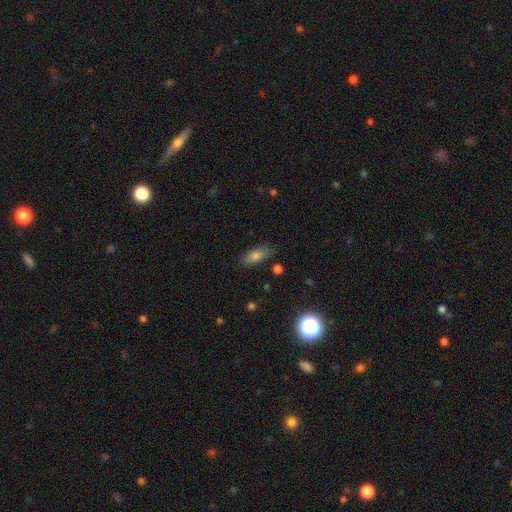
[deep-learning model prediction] Q: Smooth or featured?
A: smooth (76%); runner-up: featured or disk (14%)
Q: How rounded?
A: in between (79%); runner-up: cigar-shaped (17%)
Q: Merging?
A: none (82%); runner-up: minor disturbance (13%)